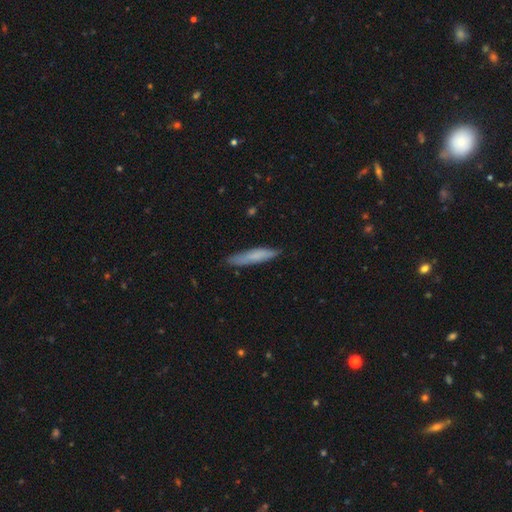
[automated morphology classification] Smooth or featured? smooth (73%)
How rounded? cigar-shaped (89%)
Merging? none (83%)